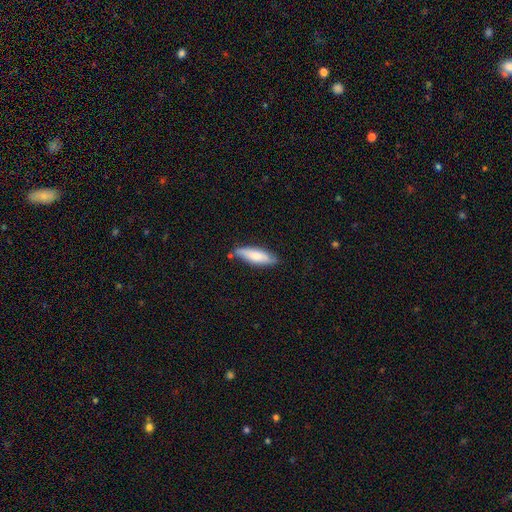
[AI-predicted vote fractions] Smooth or featured: smooth — 73% (featured or disk — 22%)
How rounded: cigar-shaped — 54% (in between — 45%)
Merging: none — 74% (minor disturbance — 19%)